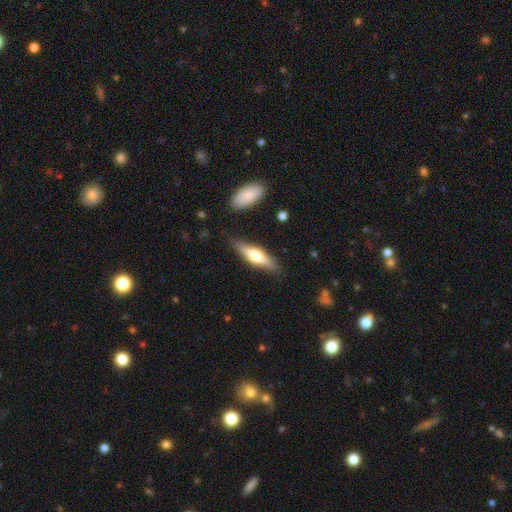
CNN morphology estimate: Smooth or featured? Predicted: smooth (p=0.54). How rounded? Predicted: cigar-shaped (p=0.60). Merging? Predicted: none (p=0.81).